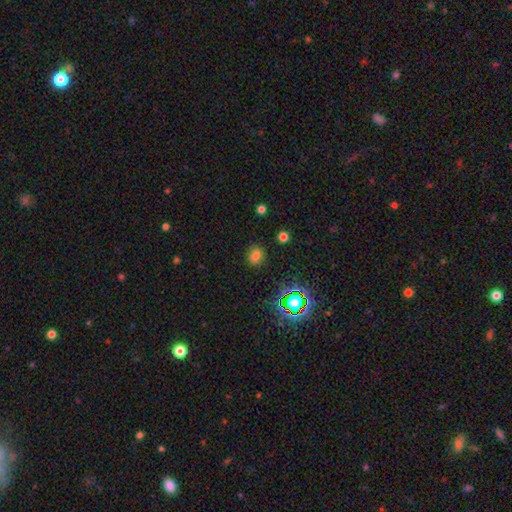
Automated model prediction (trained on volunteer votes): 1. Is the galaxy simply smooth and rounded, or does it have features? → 70% smooth, 22% star or artifact, 8% featured or disk.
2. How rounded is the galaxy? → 50% round, 49% in between, 2% cigar-shaped.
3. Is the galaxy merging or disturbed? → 83% none, 12% minor disturbance, 4% major disturbance, 2% merger.